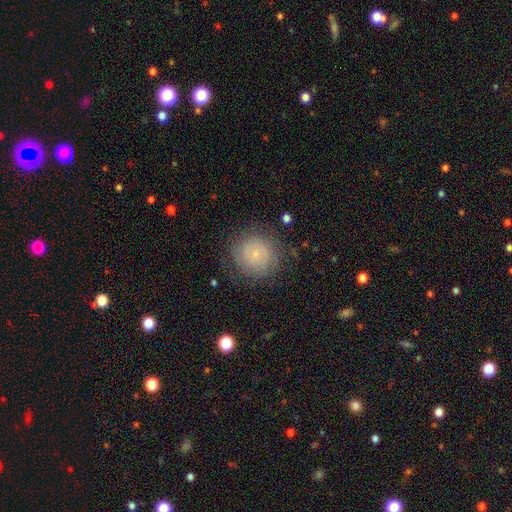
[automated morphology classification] smooth-or-featured: smooth: 57% | featured or disk: 32% | star or artifact: 11%
  how-rounded: round: 89% | in between: 10% | cigar-shaped: 1%
  merging: none: 77% | minor disturbance: 14% | major disturbance: 7% | merger: 1%